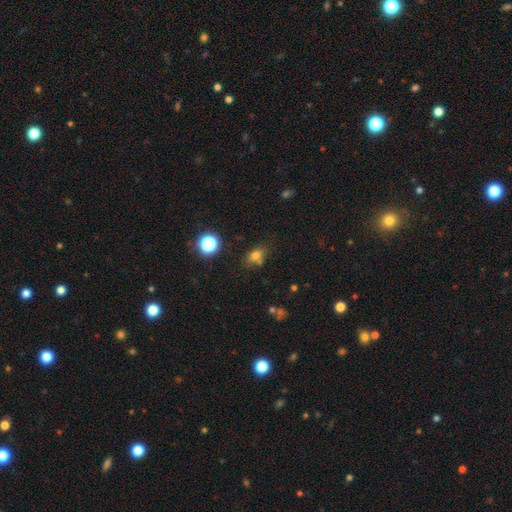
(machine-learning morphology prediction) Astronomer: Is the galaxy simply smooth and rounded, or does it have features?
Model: smooth — 72%.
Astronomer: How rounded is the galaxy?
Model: in between — 63%.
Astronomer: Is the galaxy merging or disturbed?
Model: none — 65%.